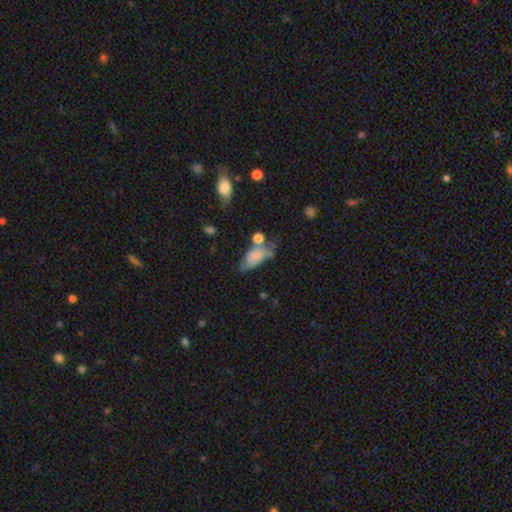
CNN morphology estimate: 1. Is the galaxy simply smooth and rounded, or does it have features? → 67% smooth, 23% featured or disk, 10% star or artifact.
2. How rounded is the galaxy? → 84% in between, 10% cigar-shaped, 5% round.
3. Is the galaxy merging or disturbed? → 32% none, 29% minor disturbance, 20% major disturbance, 19% merger.